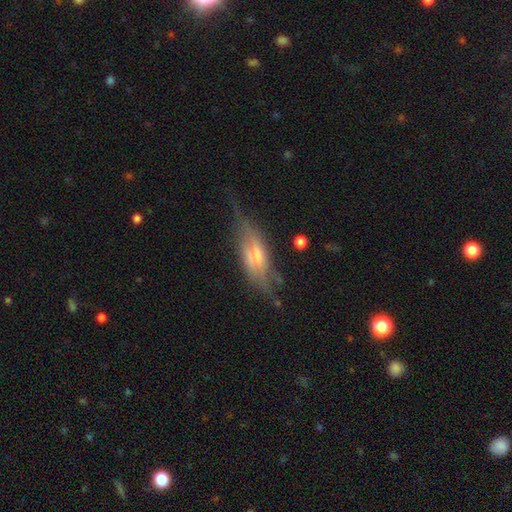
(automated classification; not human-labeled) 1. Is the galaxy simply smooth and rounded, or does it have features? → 64% featured or disk, 28% smooth, 8% star or artifact.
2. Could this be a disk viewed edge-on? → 75% yes, 25% no.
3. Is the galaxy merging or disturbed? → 51% none, 28% minor disturbance, 17% major disturbance, 3% merger.